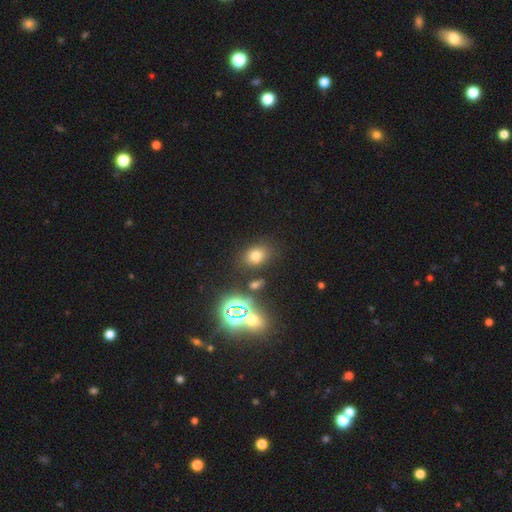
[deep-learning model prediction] Overall: smooth (66%). How rounded: in between (61%; round 38%). Merging: none (79%).